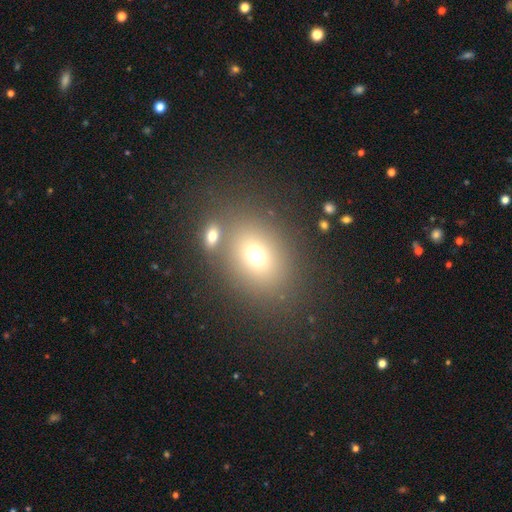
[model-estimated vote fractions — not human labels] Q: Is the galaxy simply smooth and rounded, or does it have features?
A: smooth — 70%.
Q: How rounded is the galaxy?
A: in between — 55%.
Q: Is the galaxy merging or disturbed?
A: none — 66%.